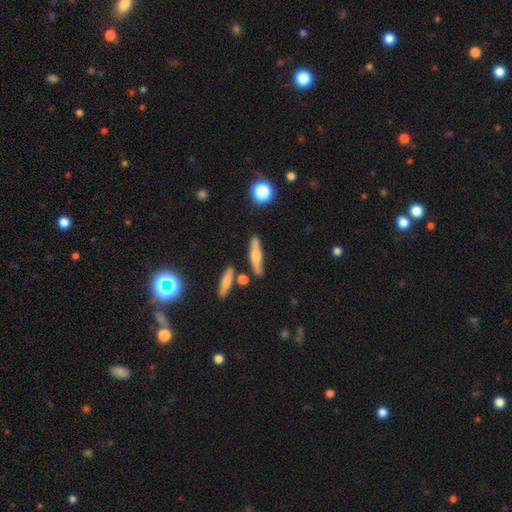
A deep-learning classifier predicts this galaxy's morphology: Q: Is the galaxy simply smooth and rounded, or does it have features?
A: featured or disk — 47%.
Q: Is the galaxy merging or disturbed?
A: none — 78%.